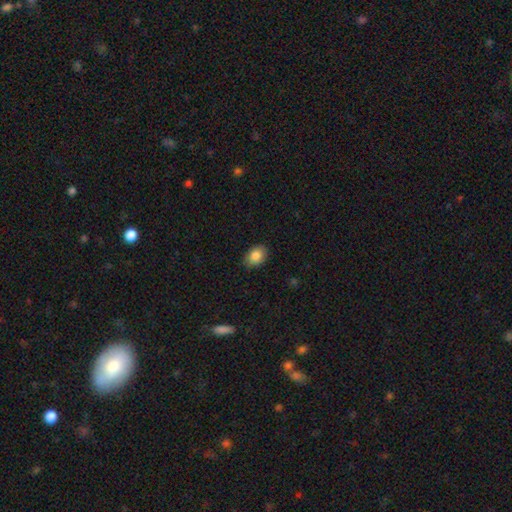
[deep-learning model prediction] Q: Smooth or featured?
A: smooth (86%); runner-up: star or artifact (8%)
Q: How rounded?
A: in between (79%); runner-up: round (20%)
Q: Merging?
A: none (86%); runner-up: minor disturbance (11%)